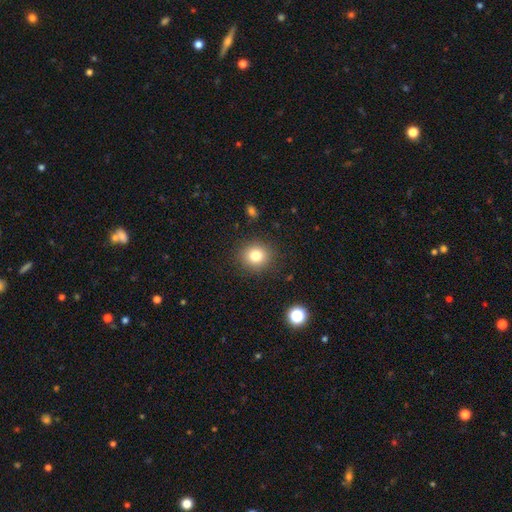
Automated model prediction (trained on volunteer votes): Smooth or featured? Predicted: smooth (p=0.80). How rounded? Predicted: round (p=0.86). Merging? Predicted: none (p=0.89).